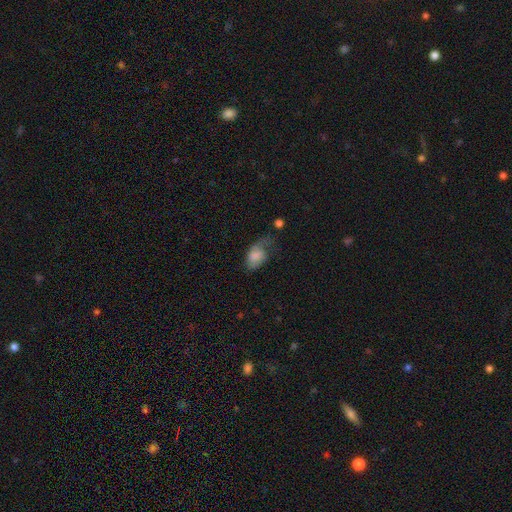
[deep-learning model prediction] The model was most divided on "merging": major disturbance: 35%, minor disturbance: 31%, none: 30%, merger: 4%. More confident: how rounded — in between (88%); smooth or featured — smooth (65%).